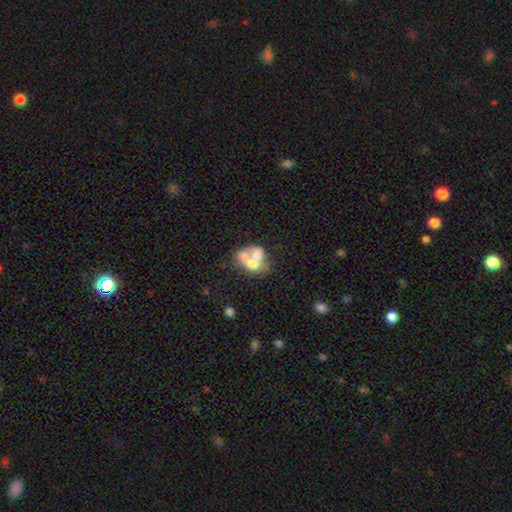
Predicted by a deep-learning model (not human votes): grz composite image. It shows a smooth galaxy with no disk features (45%). Merging: merger (66%).